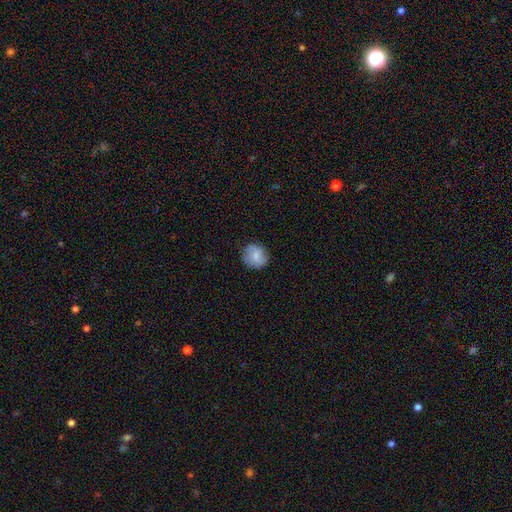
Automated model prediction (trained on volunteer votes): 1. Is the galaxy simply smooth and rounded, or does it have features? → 70% smooth, 22% featured or disk, 8% star or artifact.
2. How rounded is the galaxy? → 87% round, 12% in between, 1% cigar-shaped.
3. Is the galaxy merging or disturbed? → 81% none, 14% minor disturbance, 4% major disturbance, 1% merger.